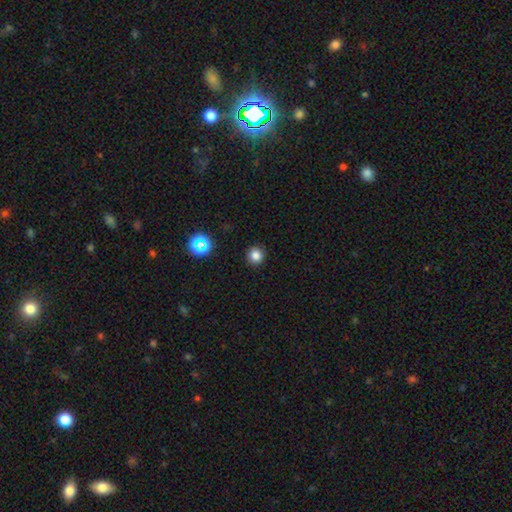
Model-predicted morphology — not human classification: type=smooth (81%); roundness=round (93%); merging=none (91%).